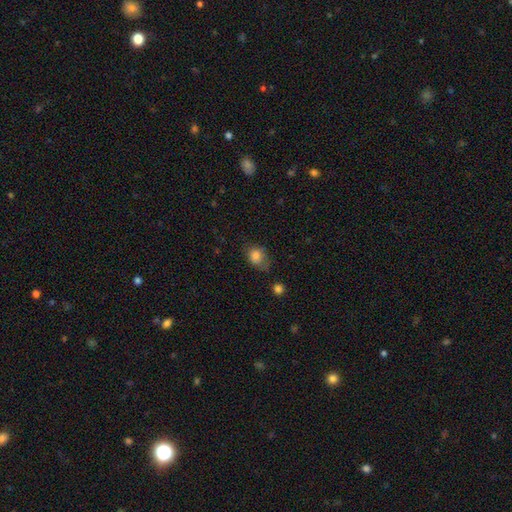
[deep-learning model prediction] Smooth or featured? Predicted: smooth (p=0.82). How rounded? Predicted: in between (p=0.57). Merging? Predicted: none (p=0.54).